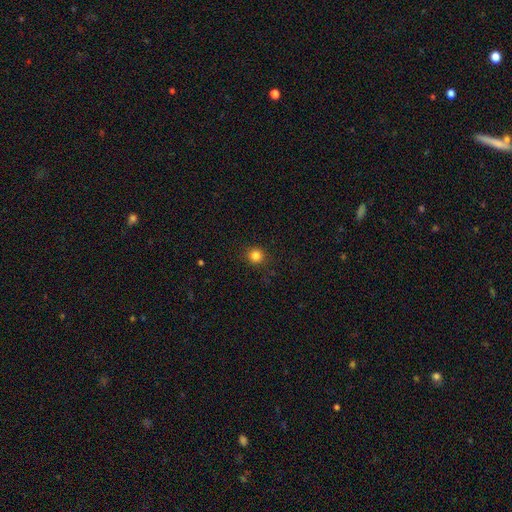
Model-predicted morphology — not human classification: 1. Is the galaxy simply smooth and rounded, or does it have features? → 83% smooth, 13% star or artifact, 4% featured or disk.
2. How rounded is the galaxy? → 93% round, 6% in between, 1% cigar-shaped.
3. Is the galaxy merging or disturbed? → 90% none, 7% minor disturbance, 2% major disturbance, 1% merger.